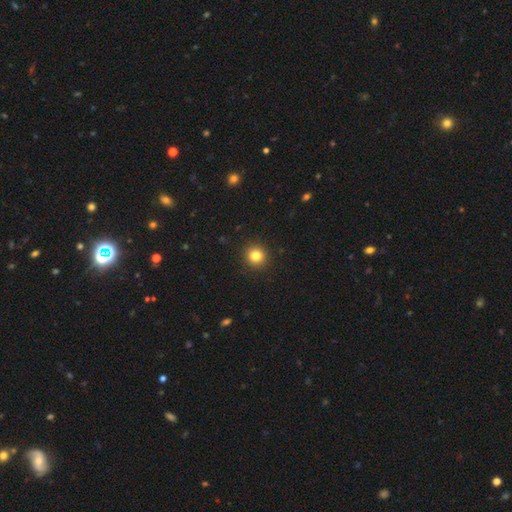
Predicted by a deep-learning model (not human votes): Smooth or featured: smooth — 82% (star or artifact — 12%)
How rounded: round — 93% (in between — 6%)
Merging: none — 92% (minor disturbance — 5%)